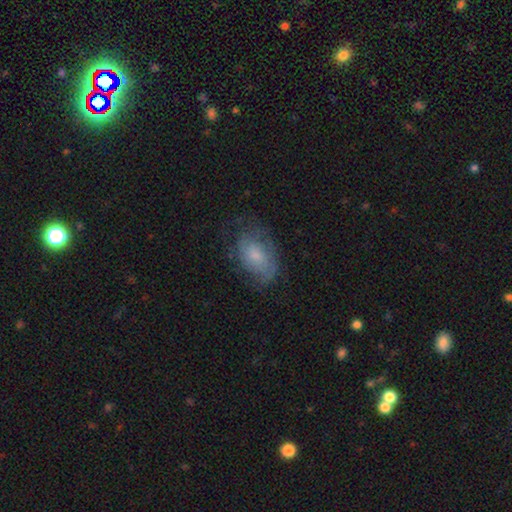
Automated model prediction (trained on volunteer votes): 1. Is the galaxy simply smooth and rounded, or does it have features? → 51% smooth, 40% featured or disk, 8% star or artifact.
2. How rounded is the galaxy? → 87% in between, 11% round, 2% cigar-shaped.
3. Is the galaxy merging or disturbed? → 57% none, 25% minor disturbance, 16% major disturbance, 1% merger.